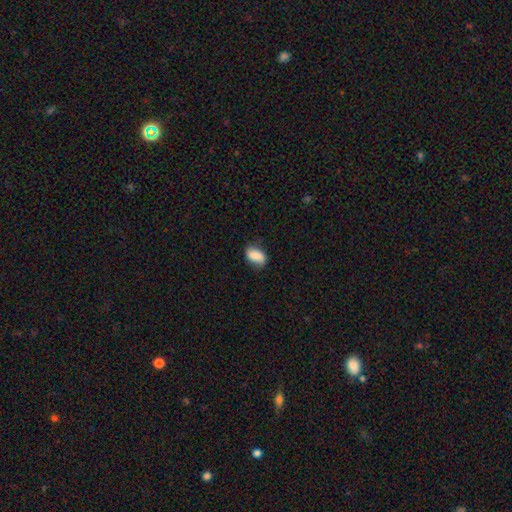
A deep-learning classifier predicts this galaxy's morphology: This is clearly a smooth galaxy (81%). How rounded: clearly in between (87%). Merging: likely none (72%).